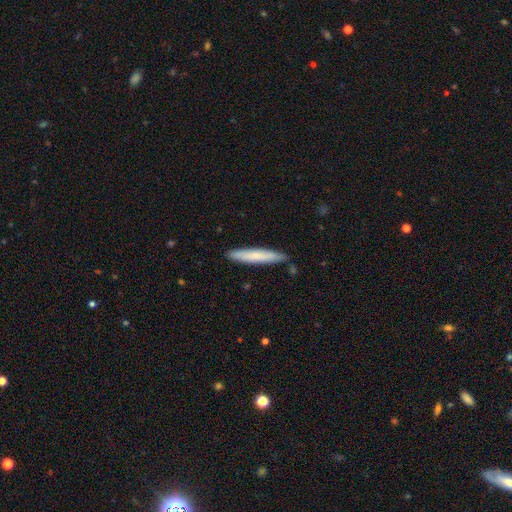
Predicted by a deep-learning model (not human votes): Overall: smooth (72%). How rounded: cigar-shaped (94%). Merging: none (87%).